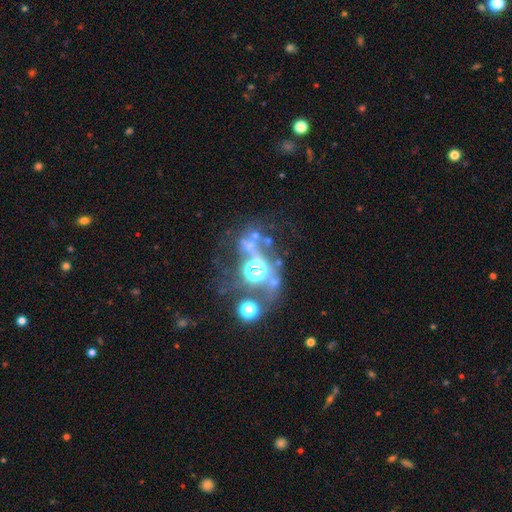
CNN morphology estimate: Overall: featured or disk (40%, tied with star or artifact). Merging: none (37%; merger 28%).